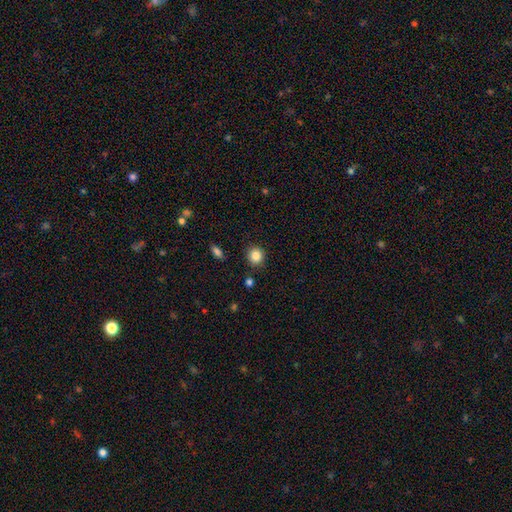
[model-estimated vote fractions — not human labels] A smooth galaxy with no disk features (85%) that is round (89%). Merging: none (88%).